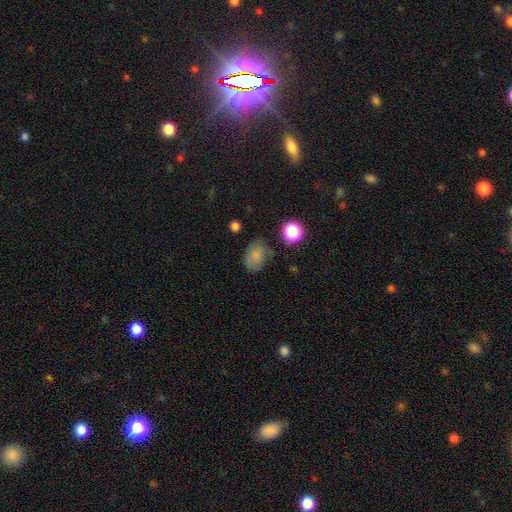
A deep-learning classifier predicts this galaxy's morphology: smooth 78%, star or artifact 12%, featured or disk 9%. Down the decision tree: how rounded — in between (70%); merging — none (66%).